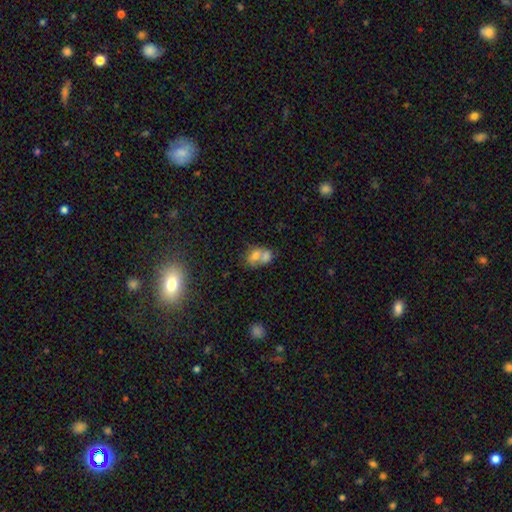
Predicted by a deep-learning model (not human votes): Smooth or featured?
  - smooth: 63% *
  - featured or disk: 25%
  - star or artifact: 12%
How rounded?
  - in between: 66% *
  - round: 33%
  - cigar-shaped: 2%
Merging?
  - merger: 65% *
  - none: 21%
  - minor disturbance: 9%
  - major disturbance: 5%